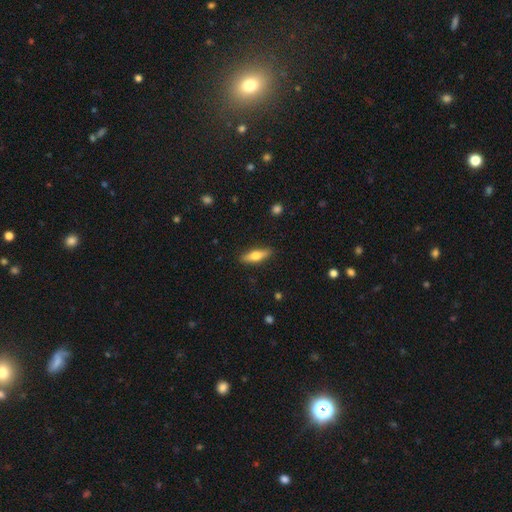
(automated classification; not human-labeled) The model was most divided on "how rounded": cigar-shaped: 56%, in between: 41%, round: 2%. More confident: merging — none (88%); smooth or featured — smooth (61%).